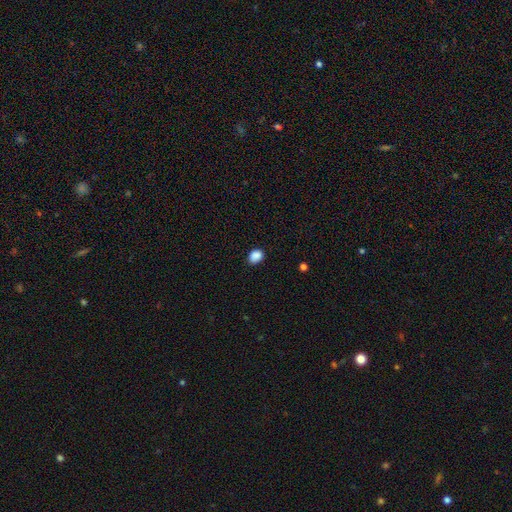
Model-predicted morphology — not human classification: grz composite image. It shows a smooth galaxy with no disk features (88%) that is in between round and cigar-shaped (59%). Merging: none (80%).